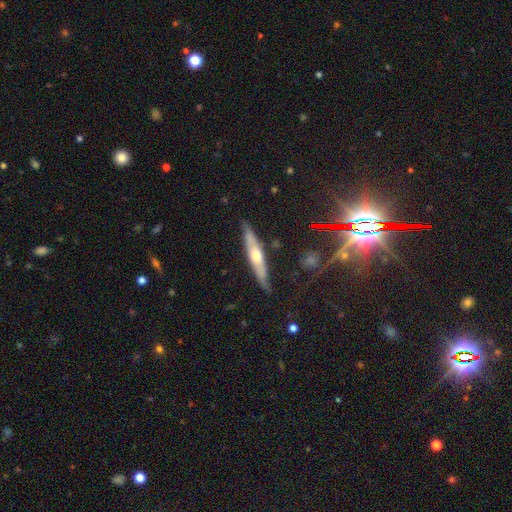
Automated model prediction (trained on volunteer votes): A featured or disk galaxy (56%) viewed edge-on (83%).

Vote fractions:
- Smooth or featured? featured or disk: 56% / smooth: 38% / star or artifact: 5%
- Edge-on disk? yes: 83% / no: 17%
- Merging? none: 79% / minor disturbance: 16% / major disturbance: 3% / merger: 2%